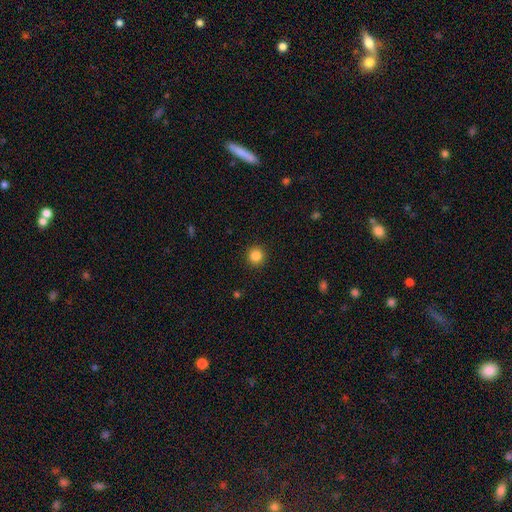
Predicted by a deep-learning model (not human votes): This is clearly a smooth galaxy (85%). How rounded: clearly round (94%). Merging: clearly none (93%).